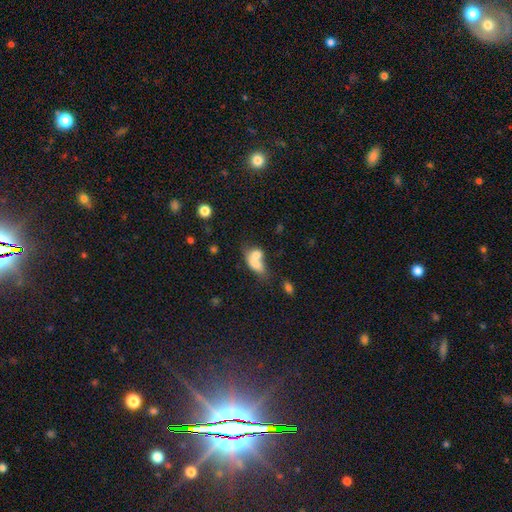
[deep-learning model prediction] This appears to be a smooth galaxy with no disk features (72%) that is in between round and cigar-shaped (76%). Merging: merger (63%).